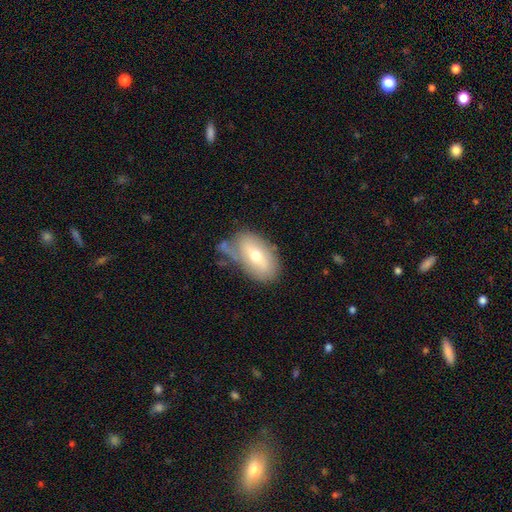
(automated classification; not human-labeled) Smooth or featured? Predicted: smooth (p=0.54). How rounded? Predicted: in between (p=0.90). Merging? Predicted: none (p=0.51).